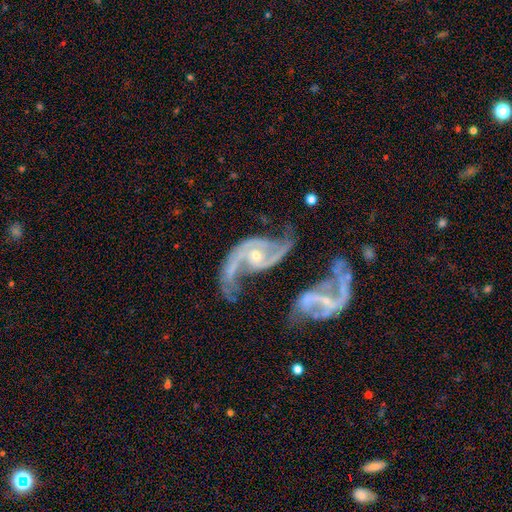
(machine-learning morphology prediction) The model was most divided on "merging": none: 31%, merger: 27%, major disturbance: 24%, minor disturbance: 18%. More confident: edge-on disk — no (97%); spiral arms — yes (96%); smooth or featured — featured or disk (91%); spiral arm count — 2 (84%); bar — no (59%); bulge size — small (59%); spiral winding — loose (53%).